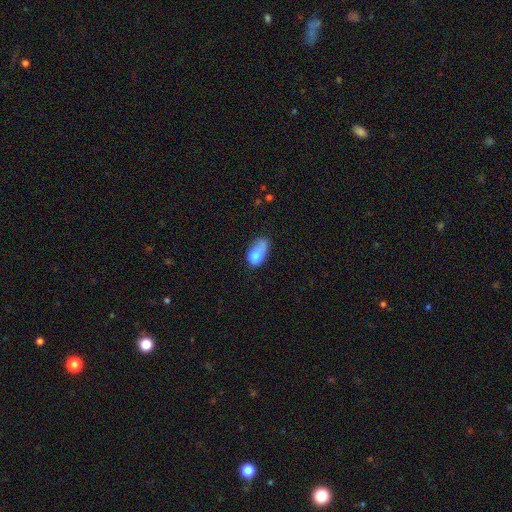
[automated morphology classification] Overall: smooth (75%). How rounded: in between (80%). Merging: merger (32%; minor disturbance 25%).